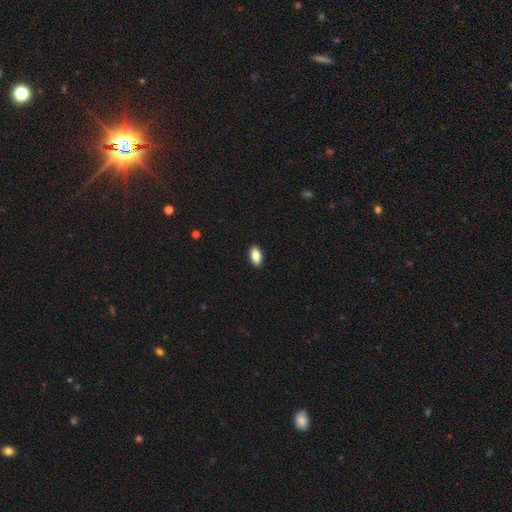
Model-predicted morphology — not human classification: This appears to be a smooth galaxy with no disk features (87%) that is in between round and cigar-shaped (92%). Merging: none (91%).